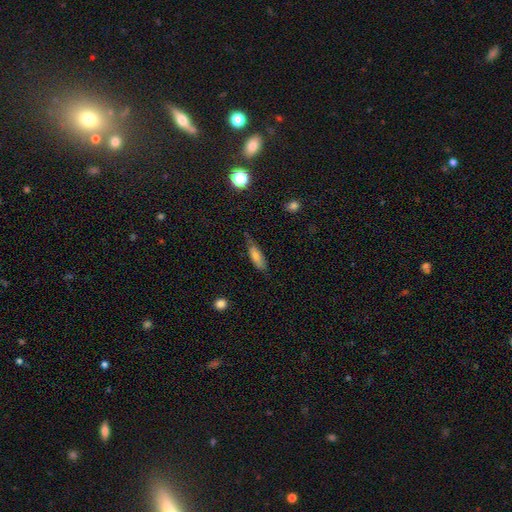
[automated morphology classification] Smooth or featured? smooth (64%)
How rounded? in between (58%)
Merging? none (64%)